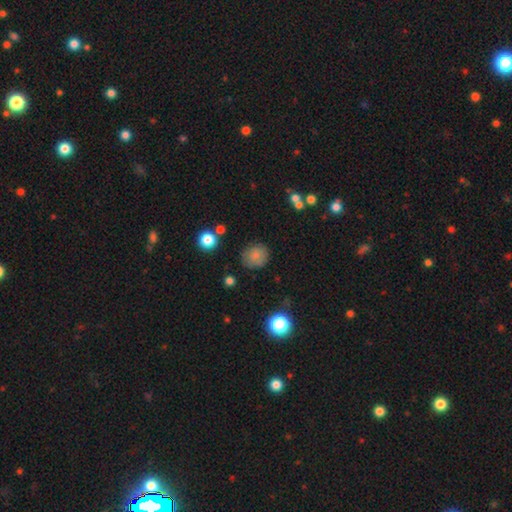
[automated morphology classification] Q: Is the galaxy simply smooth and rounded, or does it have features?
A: smooth — 78%.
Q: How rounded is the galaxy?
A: round — 80%.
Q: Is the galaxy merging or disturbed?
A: none — 77%.